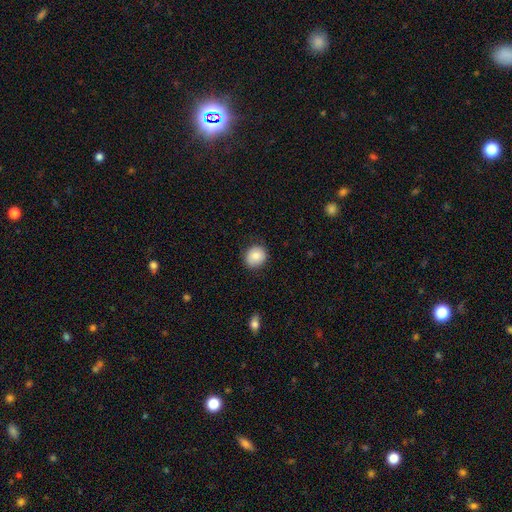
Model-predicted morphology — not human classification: Smooth or featured? smooth (84%)
How rounded? round (75%)
Merging? none (84%)